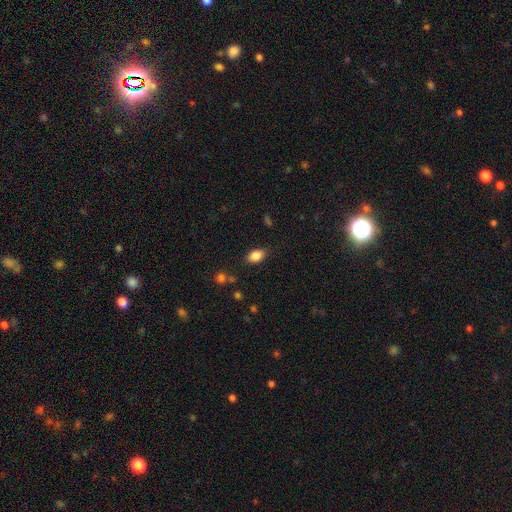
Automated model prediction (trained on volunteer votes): Morphology: type=smooth (85%); roundness=in between (86%); merging=none (81%).